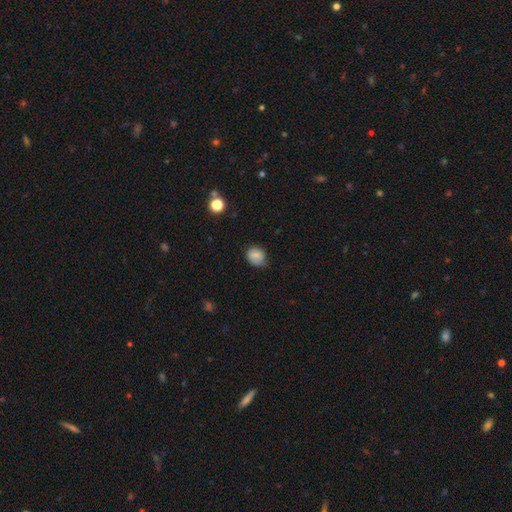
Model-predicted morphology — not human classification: smooth-or-featured: smooth: 75% | featured or disk: 16% | star or artifact: 9%
  how-rounded: round: 61% | in between: 38% | cigar-shaped: 1%
  merging: none: 60% | minor disturbance: 31% | major disturbance: 8% | merger: 2%